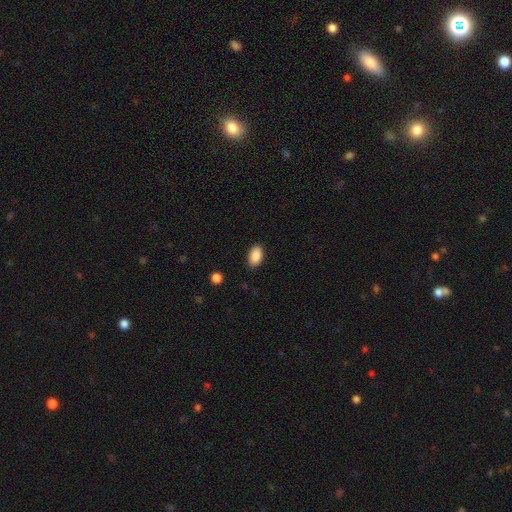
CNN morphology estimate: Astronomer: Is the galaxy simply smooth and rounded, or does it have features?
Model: smooth — 89%.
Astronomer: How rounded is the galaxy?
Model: in between — 93%.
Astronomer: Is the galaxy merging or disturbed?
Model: none — 87%.